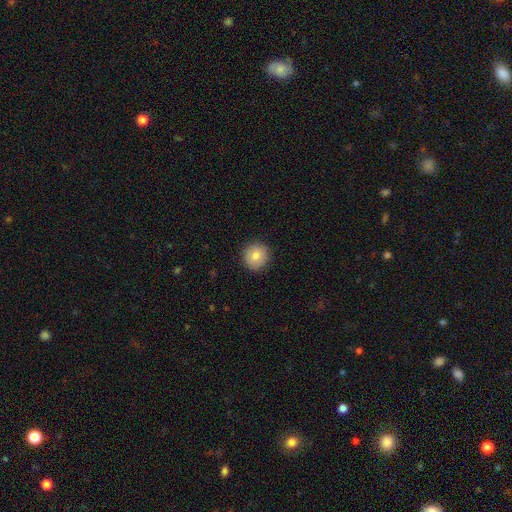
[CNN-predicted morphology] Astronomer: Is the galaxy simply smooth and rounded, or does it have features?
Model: smooth — 79%.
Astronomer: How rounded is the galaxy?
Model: round — 95%.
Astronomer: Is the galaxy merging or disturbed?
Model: none — 91%.